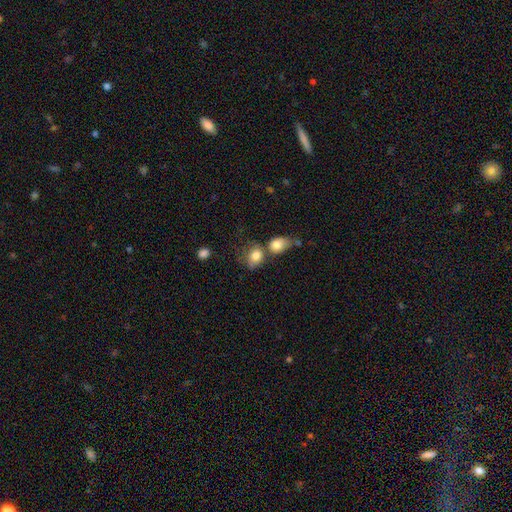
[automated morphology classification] The model was most divided on "how rounded" (2-way tie): round: 49%, in between: 49%, cigar-shaped: 1%. Remaining: smooth or featured — smooth (80%); merging — merger (46%).